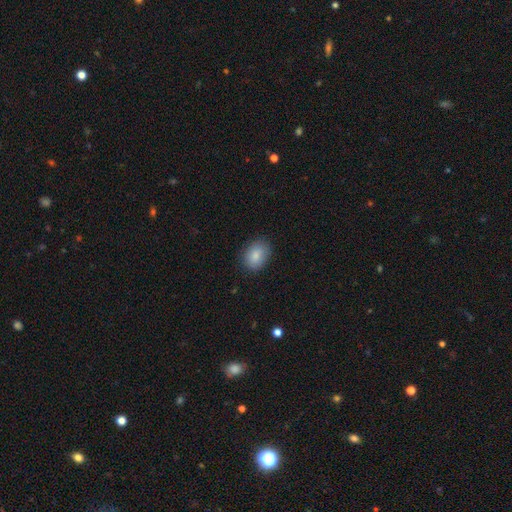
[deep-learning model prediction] smooth 86%, star or artifact 7%, featured or disk 7%. Down the decision tree: how rounded — in between (68%); merging — none (85%).